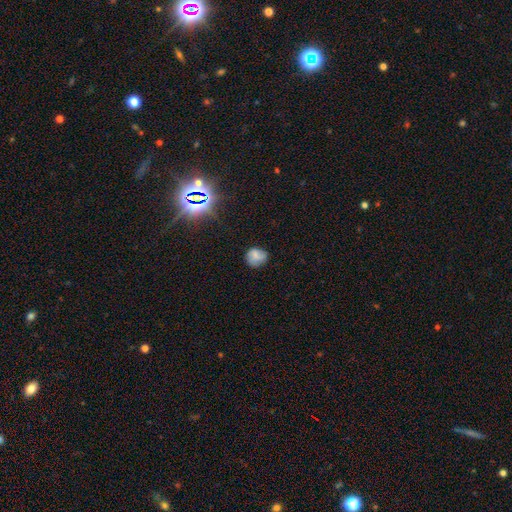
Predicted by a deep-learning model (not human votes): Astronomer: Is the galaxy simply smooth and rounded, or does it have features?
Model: smooth — 70%.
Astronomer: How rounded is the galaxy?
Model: round — 72%.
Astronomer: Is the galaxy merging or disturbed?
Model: none — 65%.